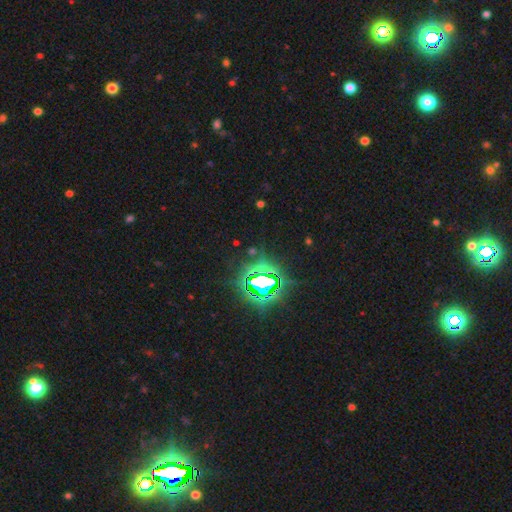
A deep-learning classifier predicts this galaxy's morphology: star or artifact 82%, smooth 11%, featured or disk 7%.